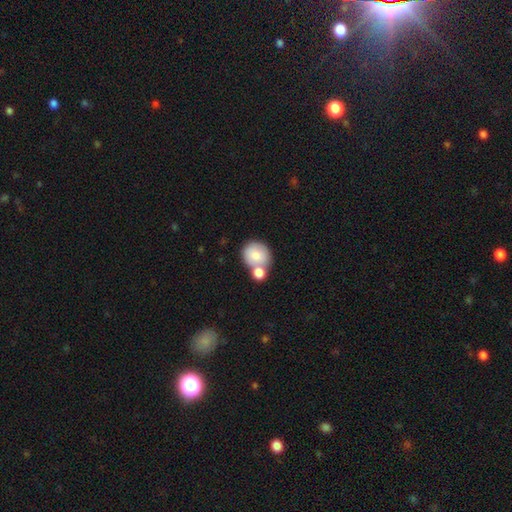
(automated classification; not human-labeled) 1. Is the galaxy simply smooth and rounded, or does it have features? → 79% smooth, 13% featured or disk, 7% star or artifact.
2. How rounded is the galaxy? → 78% round, 21% in between, 1% cigar-shaped.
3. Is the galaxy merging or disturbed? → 46% merger, 39% none, 10% minor disturbance, 4% major disturbance.